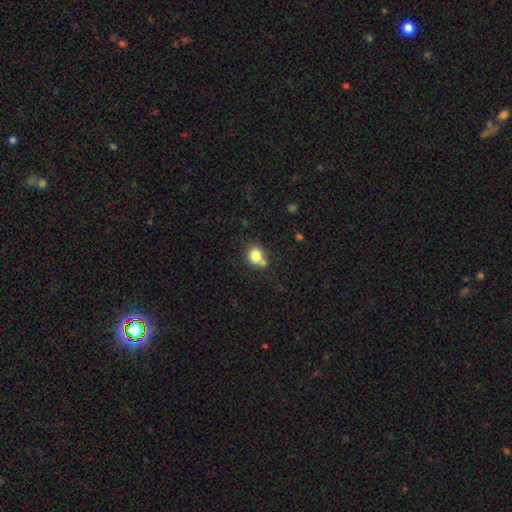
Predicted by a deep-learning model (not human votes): A smooth galaxy with no disk features (81%) that is round (78%).

Vote fractions:
- Smooth or featured? smooth: 81% / star or artifact: 10% / featured or disk: 9%
- How rounded? round: 78% / in between: 21% / cigar-shaped: 1%
- Merging? none: 61% / merger: 22% / minor disturbance: 13% / major disturbance: 4%